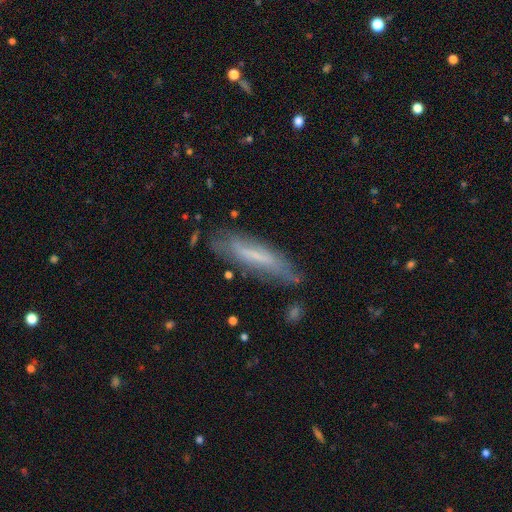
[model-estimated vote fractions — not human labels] Overall: featured or disk (46%, tied with smooth). Merging: none (68%).